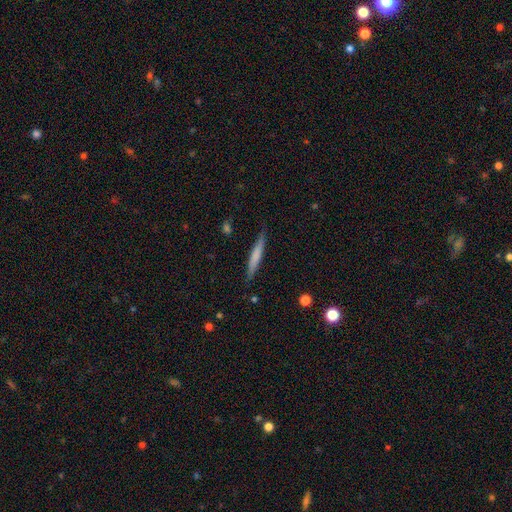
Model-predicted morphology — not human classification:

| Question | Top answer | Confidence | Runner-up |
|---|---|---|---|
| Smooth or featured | smooth | 63% | featured or disk (31%) |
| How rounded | cigar-shaped | 95% | in between (4%) |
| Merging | none | 87% | minor disturbance (10%) |